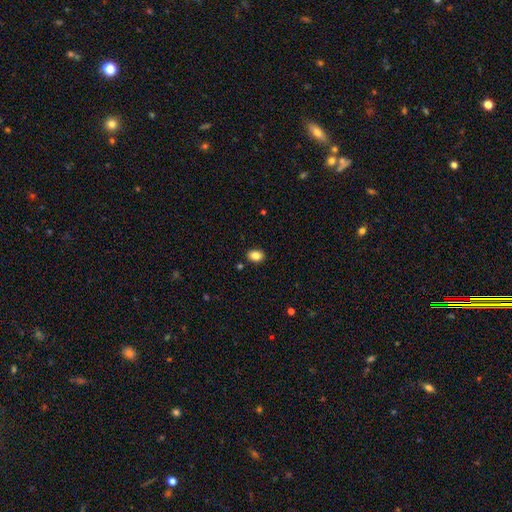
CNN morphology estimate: A smooth galaxy with no disk features (84%) that is in between round and cigar-shaped (74%).

Vote fractions:
- Smooth or featured? smooth: 84% / star or artifact: 9% / featured or disk: 7%
- How rounded? in between: 74% / round: 25% / cigar-shaped: 1%
- Merging? none: 87% / minor disturbance: 9% / merger: 2% / major disturbance: 2%